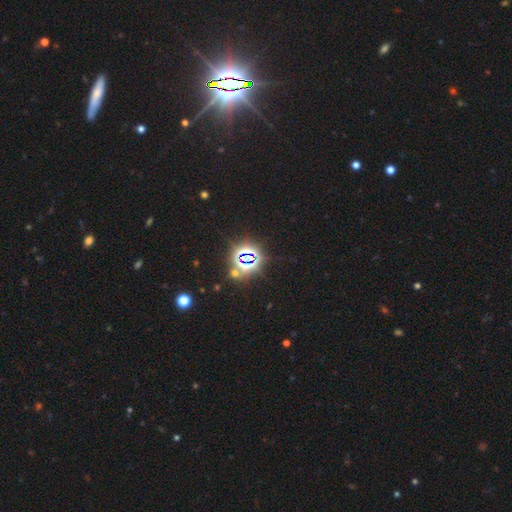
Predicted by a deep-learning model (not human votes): This is clearly a star or artifact rather than a galaxy (82%).